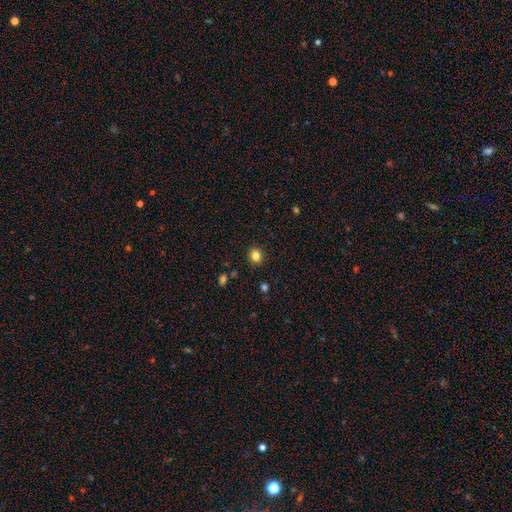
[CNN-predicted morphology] Smooth or featured? Predicted: smooth (p=0.83). How rounded? Predicted: round (p=0.79). Merging? Predicted: none (p=0.91).